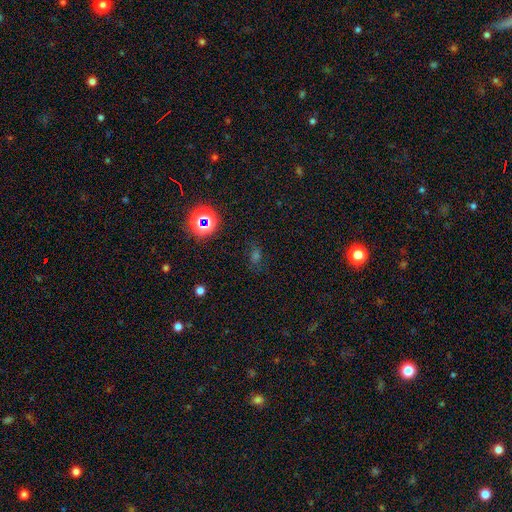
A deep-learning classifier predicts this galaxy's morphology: This is possibly a star or artifact rather than a galaxy (49%).